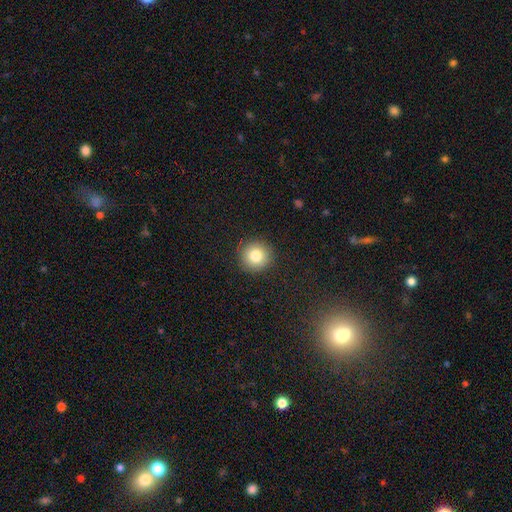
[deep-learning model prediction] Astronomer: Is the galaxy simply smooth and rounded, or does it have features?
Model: smooth — 80%.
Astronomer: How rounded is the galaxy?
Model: round — 94%.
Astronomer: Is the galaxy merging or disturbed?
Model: none — 92%.